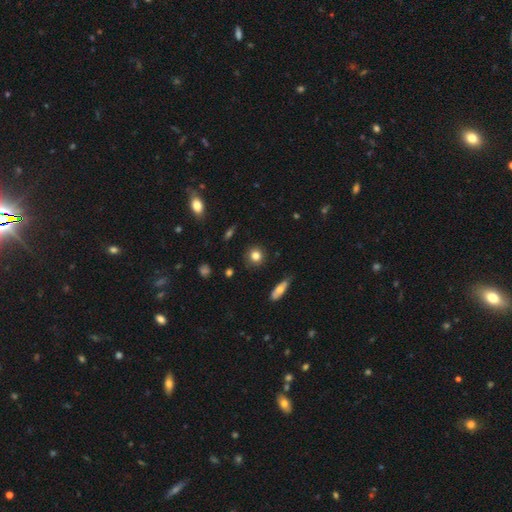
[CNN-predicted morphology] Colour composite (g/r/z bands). It shows a smooth galaxy with no disk features (82%) that is round (87%). Merging: none (86%).